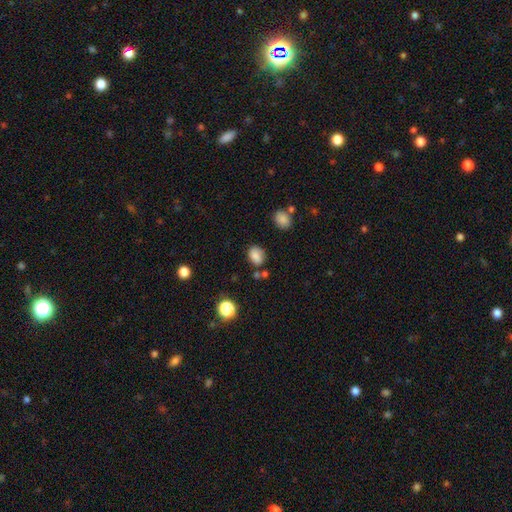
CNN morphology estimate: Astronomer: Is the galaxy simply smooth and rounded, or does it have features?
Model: smooth — 83%.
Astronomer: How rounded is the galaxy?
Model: in between — 67%.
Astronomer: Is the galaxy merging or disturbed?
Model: none — 70%.